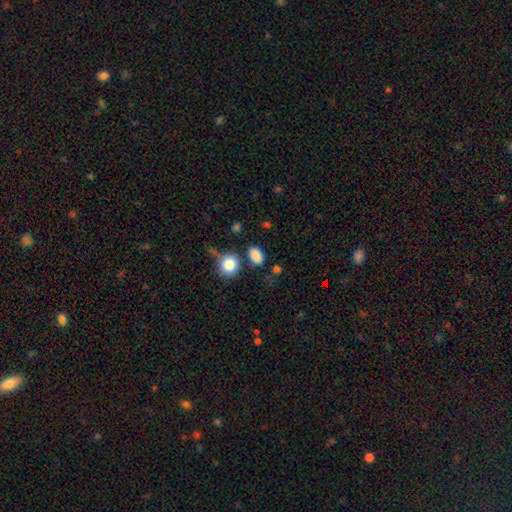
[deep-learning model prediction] smooth 86%, star or artifact 9%, featured or disk 4%. Down the decision tree: how rounded — in between (79%); merging — none (73%).